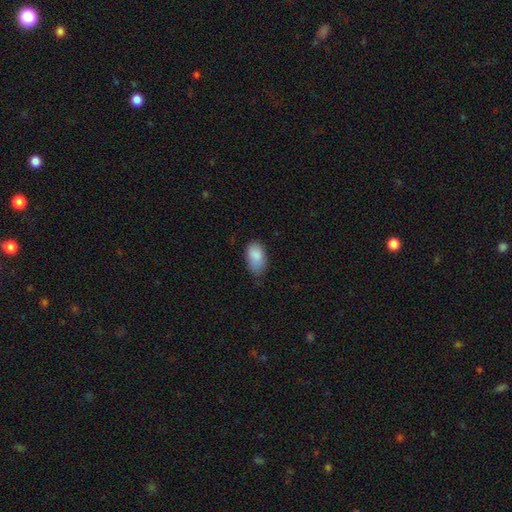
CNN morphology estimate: smooth_or_featured: smooth (p=0.88) [alt: star or artifact p=0.07]
how_rounded: in between (p=0.93) [alt: round p=0.05]
merging: none (p=0.57) [alt: minor disturbance p=0.35]